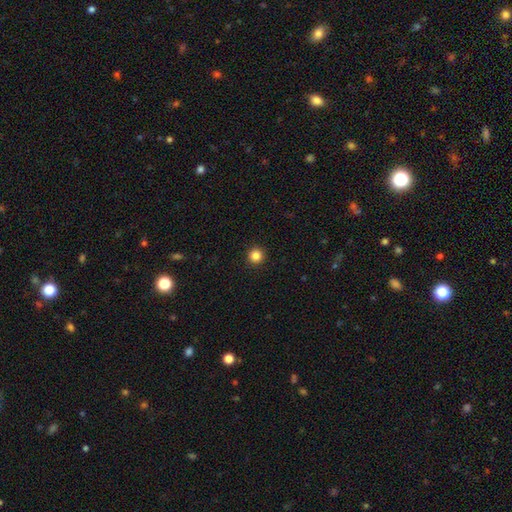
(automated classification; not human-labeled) Smooth or featured? Predicted: smooth (p=0.85). How rounded? Predicted: round (p=0.96). Merging? Predicted: none (p=0.93).